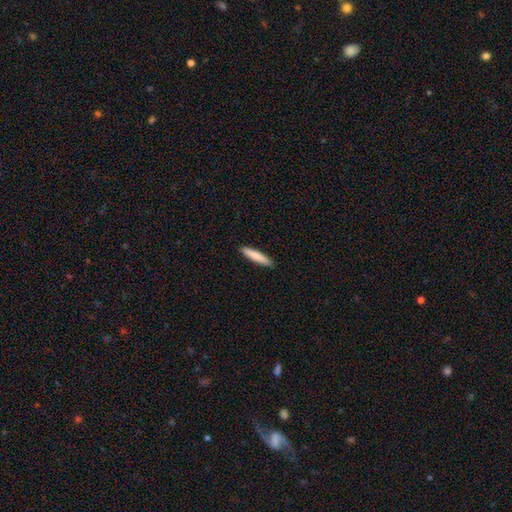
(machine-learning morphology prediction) smooth-or-featured: smooth: 83% | featured or disk: 12% | star or artifact: 5%
  how-rounded: cigar-shaped: 91% | in between: 8% | round: 1%
  merging: none: 91% | minor disturbance: 7% | major disturbance: 1% | merger: 1%